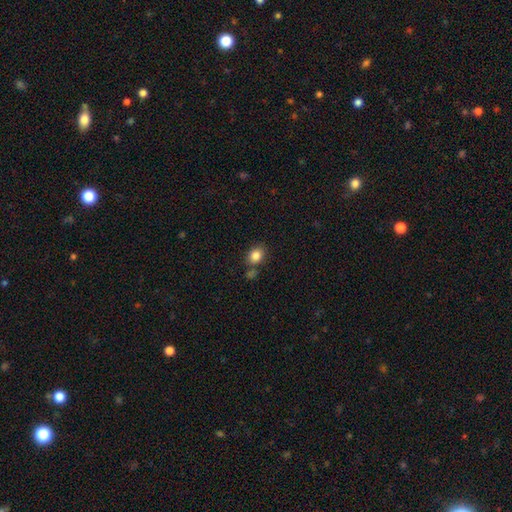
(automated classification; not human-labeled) Q: Smooth or featured?
A: smooth (85%); runner-up: star or artifact (10%)
Q: How rounded?
A: in between (50%); runner-up: round (49%)
Q: Merging?
A: none (69%); runner-up: minor disturbance (14%)